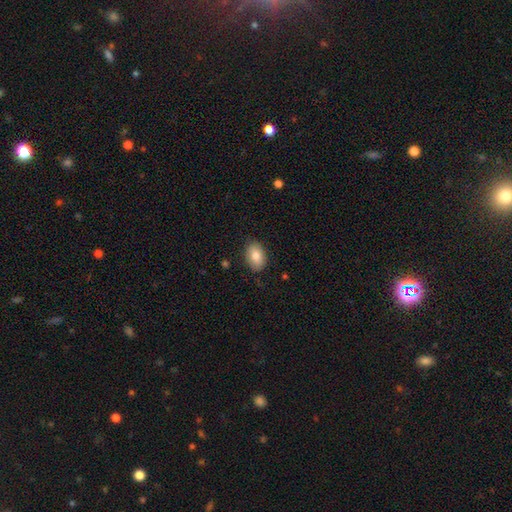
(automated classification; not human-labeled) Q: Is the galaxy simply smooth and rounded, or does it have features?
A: smooth — 81%.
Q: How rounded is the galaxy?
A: in between — 87%.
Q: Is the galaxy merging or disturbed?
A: none — 85%.